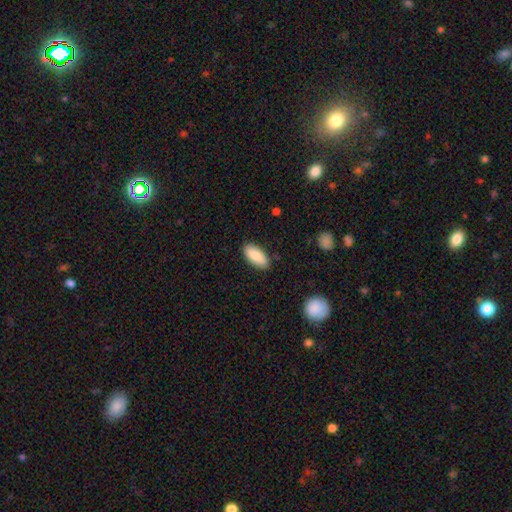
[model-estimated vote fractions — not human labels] A smooth galaxy with no disk features (86%) that is in between round and cigar-shaped (88%).

Vote fractions:
- Smooth or featured? smooth: 86% / featured or disk: 8% / star or artifact: 6%
- How rounded? in between: 88% / cigar-shaped: 10% / round: 2%
- Merging? none: 87% / minor disturbance: 10% / major disturbance: 2% / merger: 1%